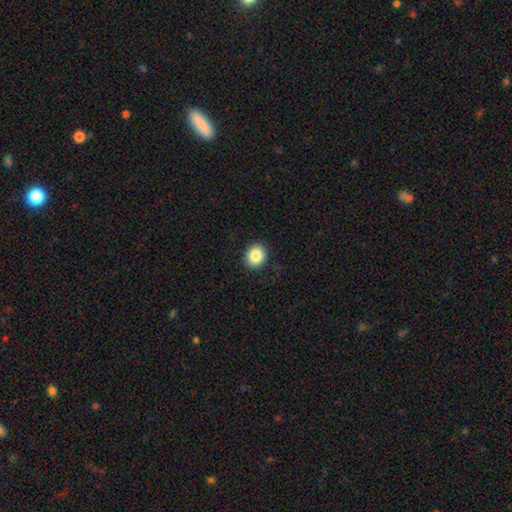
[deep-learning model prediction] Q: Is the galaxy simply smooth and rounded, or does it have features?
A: smooth — 86%.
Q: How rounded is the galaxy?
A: round — 64%.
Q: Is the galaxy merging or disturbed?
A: none — 90%.